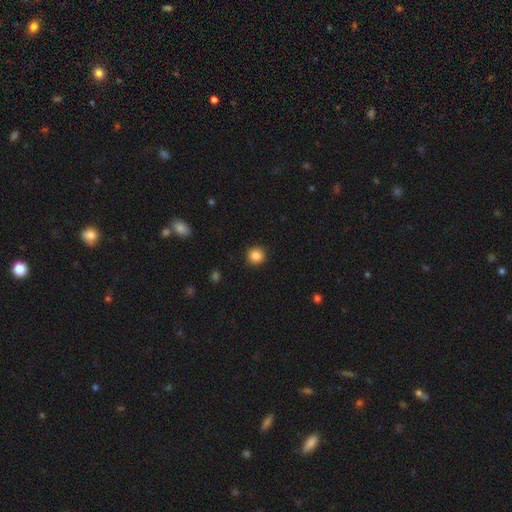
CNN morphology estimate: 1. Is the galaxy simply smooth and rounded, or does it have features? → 86% smooth, 10% star or artifact, 3% featured or disk.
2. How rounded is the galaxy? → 94% round, 5% in between, 1% cigar-shaped.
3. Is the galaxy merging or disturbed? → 92% none, 5% minor disturbance, 2% major disturbance, 1% merger.